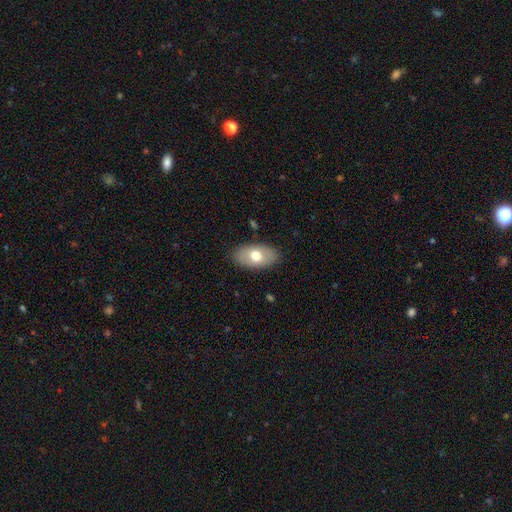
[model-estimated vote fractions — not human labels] Q: Smooth or featured?
A: smooth (69%); runner-up: featured or disk (25%)
Q: How rounded?
A: in between (93%); runner-up: round (5%)
Q: Merging?
A: none (86%); runner-up: minor disturbance (11%)